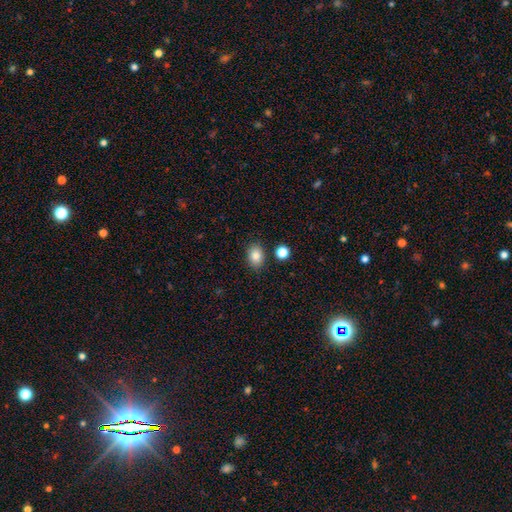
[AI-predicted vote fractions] smooth 84%, star or artifact 10%, featured or disk 6%. Down the decision tree: how rounded — in between (68%); merging — none (83%).